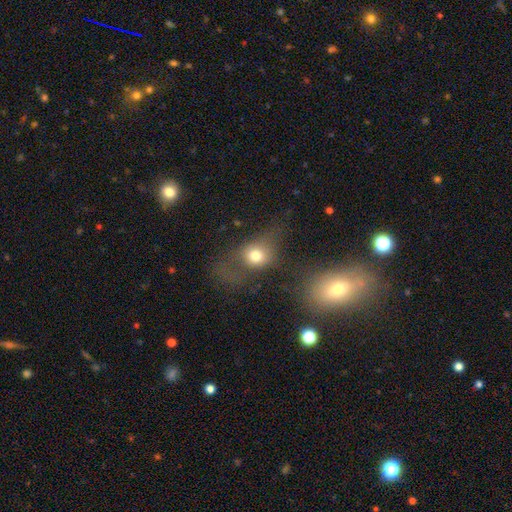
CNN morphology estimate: The model was most divided on "merging": none: 38%, major disturbance: 30%, minor disturbance: 20%, merger: 11%. More confident: smooth or featured — smooth (70%); how rounded — round (59%).